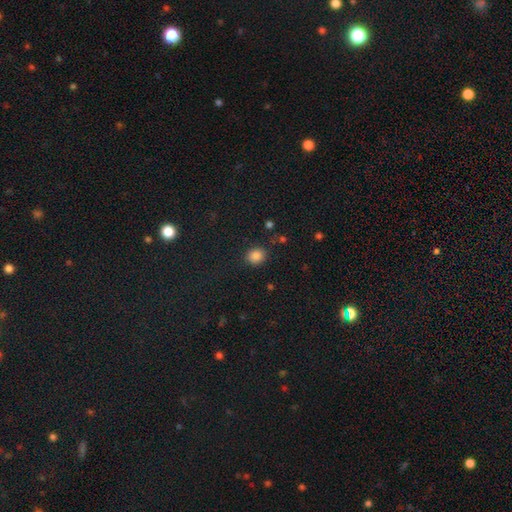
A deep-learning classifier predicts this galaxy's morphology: Smooth or featured: smooth — 85% (star or artifact — 11%)
How rounded: round — 63% (in between — 36%)
Merging: none — 84% (minor disturbance — 10%)